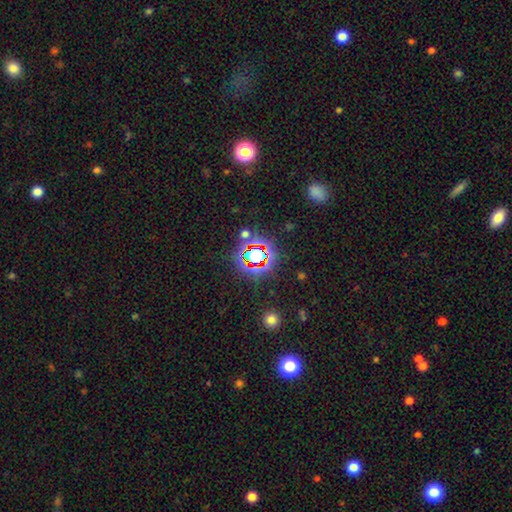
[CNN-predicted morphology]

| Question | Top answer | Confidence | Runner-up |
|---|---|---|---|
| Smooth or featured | star or artifact | 72% | smooth (17%) |